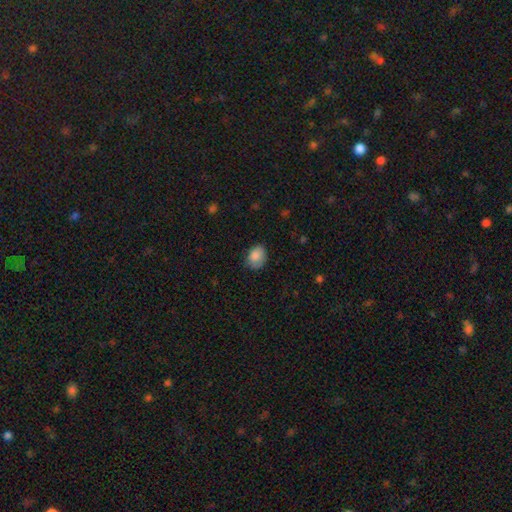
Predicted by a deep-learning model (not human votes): Morphology: type=smooth (84%); roundness=in between (63%); merging=none (67%).